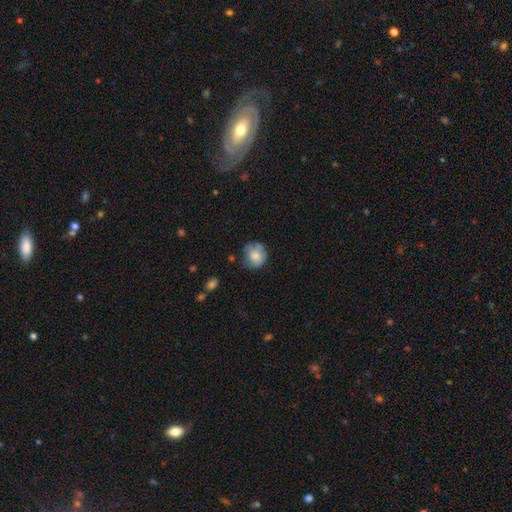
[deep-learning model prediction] Smooth or featured? smooth (68%)
How rounded? round (78%)
Merging? none (53%)